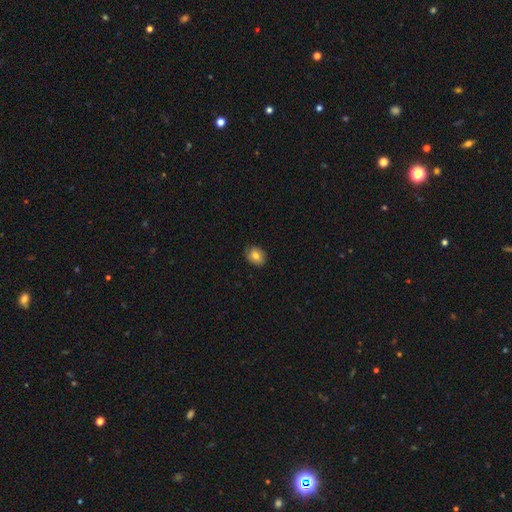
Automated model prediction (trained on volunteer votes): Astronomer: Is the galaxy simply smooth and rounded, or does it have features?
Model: smooth — 77%.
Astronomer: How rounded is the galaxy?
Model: in between — 58% (runner-up: round, 41%).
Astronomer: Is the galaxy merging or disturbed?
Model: none — 84%.